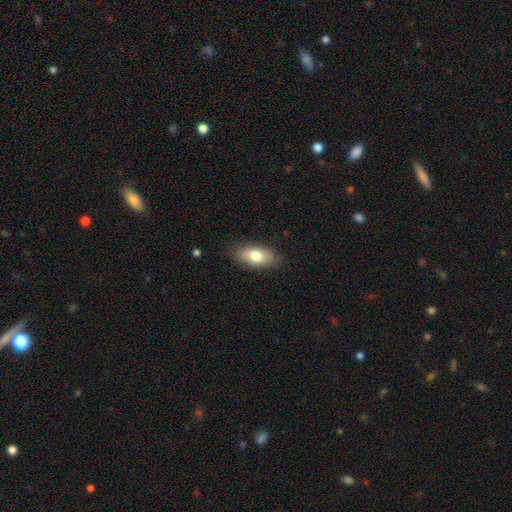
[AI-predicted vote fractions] smooth_or_featured: smooth (p=0.77) [alt: featured or disk p=0.17]
how_rounded: in between (p=0.89) [alt: cigar-shaped p=0.07]
merging: none (p=0.84) [alt: minor disturbance p=0.12]